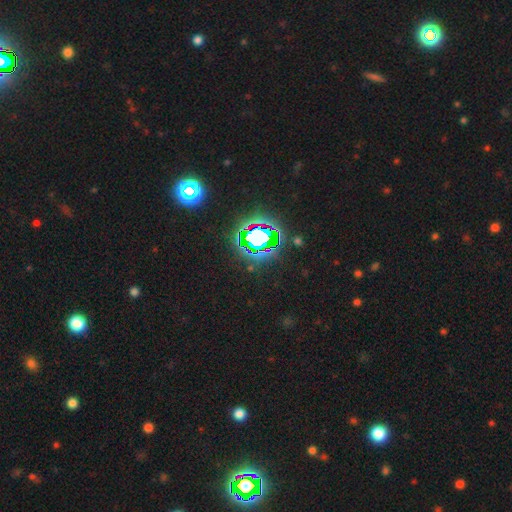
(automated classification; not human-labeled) Overall: star or artifact (83%).